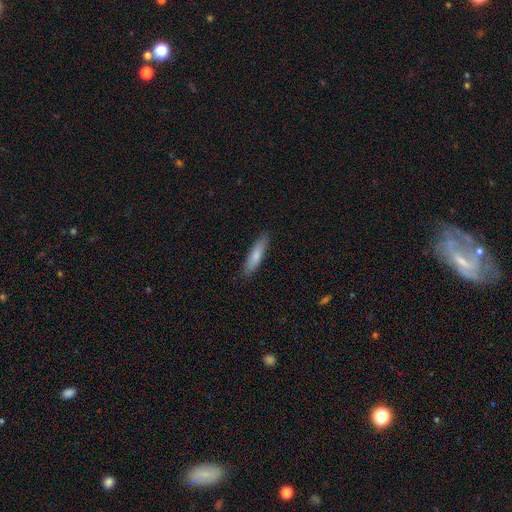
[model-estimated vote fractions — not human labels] Q: Smooth or featured?
A: smooth (76%); runner-up: featured or disk (19%)
Q: How rounded?
A: cigar-shaped (75%); runner-up: in between (23%)
Q: Merging?
A: none (86%); runner-up: minor disturbance (11%)